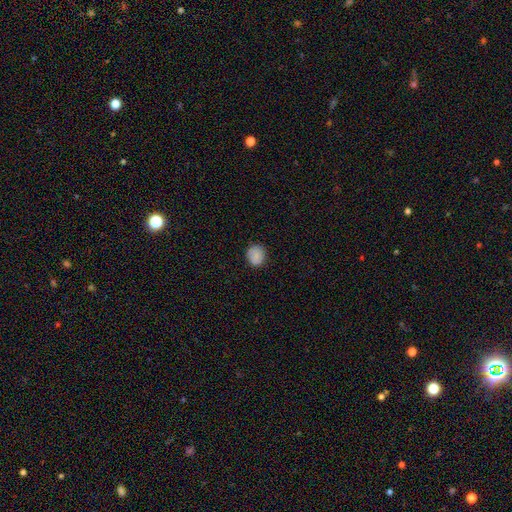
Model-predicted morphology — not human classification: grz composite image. It shows a smooth galaxy with no disk features (83%) that is round (75%). Merging: none (84%).